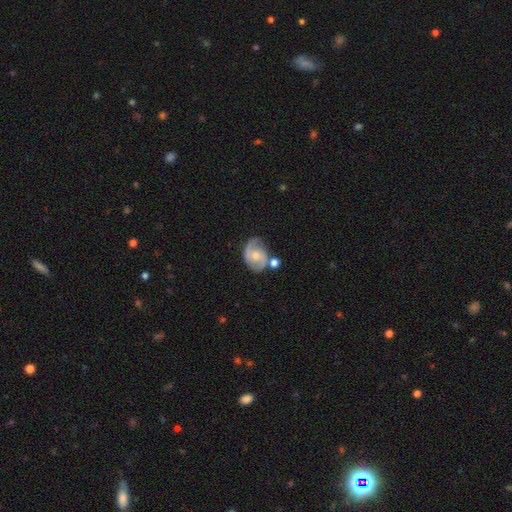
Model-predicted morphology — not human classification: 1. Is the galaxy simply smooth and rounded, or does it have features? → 74% featured or disk, 20% smooth, 6% star or artifact.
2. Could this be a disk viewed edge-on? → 97% no, 3% yes.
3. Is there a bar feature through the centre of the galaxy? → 63% no, 30% weak, 6% strong.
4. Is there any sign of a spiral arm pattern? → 90% yes, 10% no.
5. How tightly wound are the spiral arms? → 48% medium, 27% tight, 25% loose.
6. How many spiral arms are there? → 83% 2, 8% can't tell, 5% 1, 2% 3, 1% 4, 1% more than 4.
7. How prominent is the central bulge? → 53% moderate, 43% small, 2% large, 1% none, 1% dominant.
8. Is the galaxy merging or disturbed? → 60% none, 20% minor disturbance, 13% merger, 7% major disturbance.